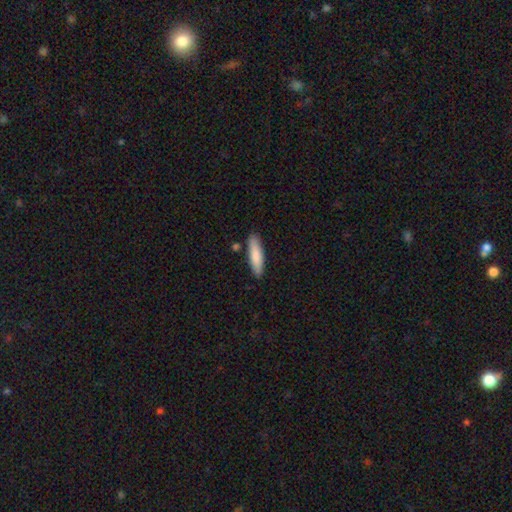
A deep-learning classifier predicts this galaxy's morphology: smooth-or-featured: smooth: 82% | featured or disk: 13% | star or artifact: 5%
  how-rounded: cigar-shaped: 68% | in between: 31% | round: 2%
  merging: none: 85% | minor disturbance: 10% | merger: 3% | major disturbance: 2%